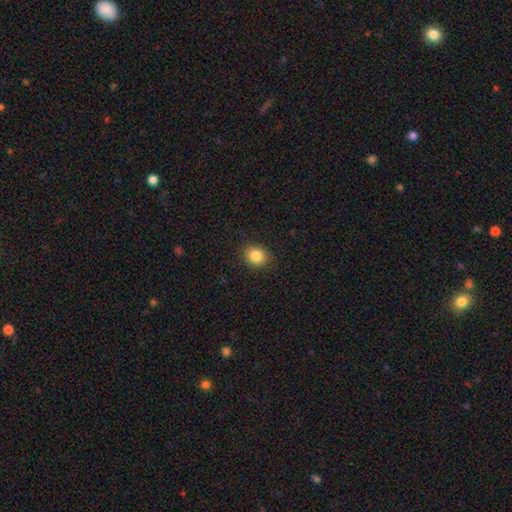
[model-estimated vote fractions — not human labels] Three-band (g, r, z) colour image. It shows a smooth galaxy with no disk features (85%) that is round (74%). Merging: none (90%).